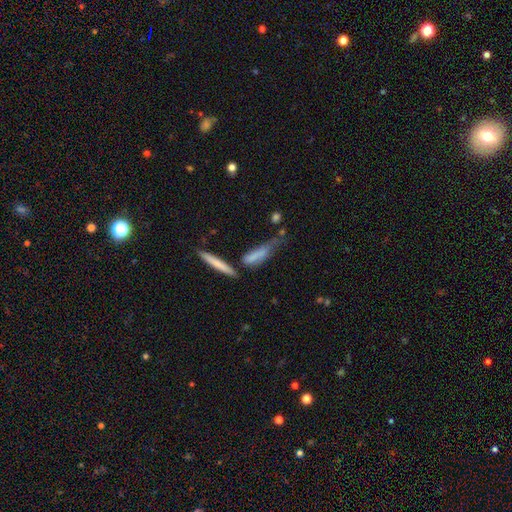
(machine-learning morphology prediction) Smooth or featured? smooth (69%)
How rounded? cigar-shaped (73%)
Merging? none (35%)